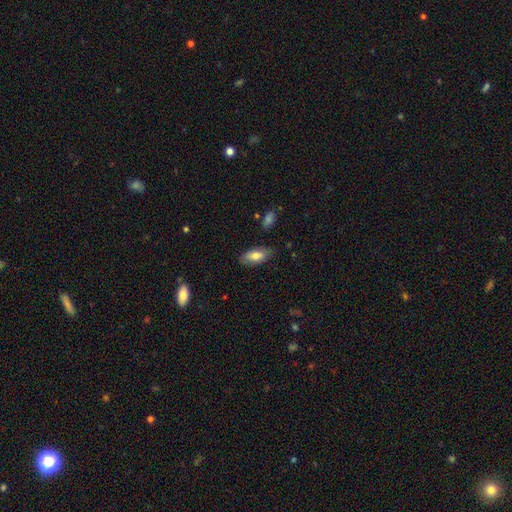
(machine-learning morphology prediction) A smooth galaxy with no disk features (72%) that is in between round and cigar-shaped (86%).

Vote fractions:
- Smooth or featured? smooth: 72% / featured or disk: 21% / star or artifact: 7%
- How rounded? in between: 86% / cigar-shaped: 12% / round: 2%
- Merging? none: 80% / minor disturbance: 15% / major disturbance: 3% / merger: 2%